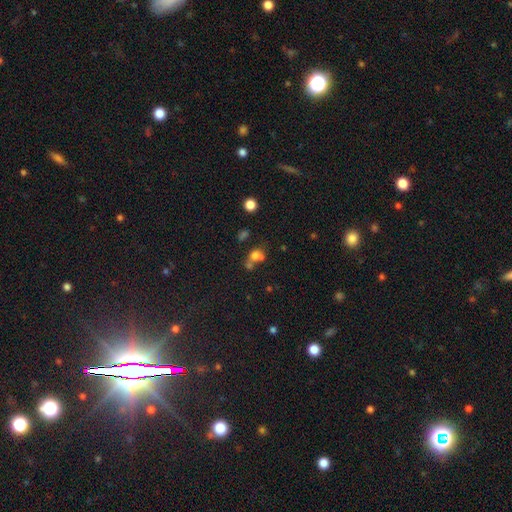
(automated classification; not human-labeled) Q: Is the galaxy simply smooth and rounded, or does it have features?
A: smooth — 66%.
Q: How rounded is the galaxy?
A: round — 63%.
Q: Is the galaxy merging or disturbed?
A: merger — 54%.